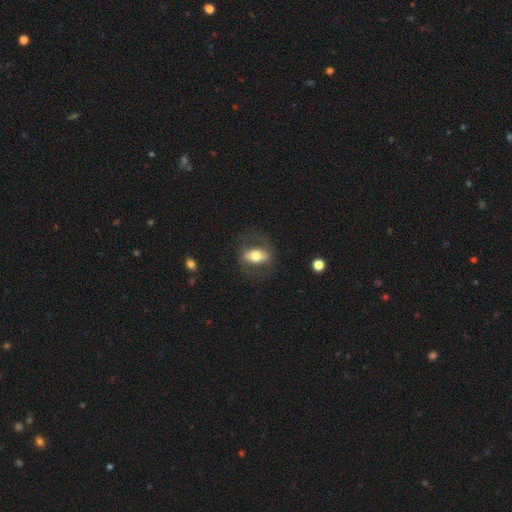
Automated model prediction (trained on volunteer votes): smooth-or-featured: smooth: 51% | featured or disk: 42% | star or artifact: 7%
  how-rounded: in between: 81% | round: 11% | cigar-shaped: 8%
  merging: none: 74% | minor disturbance: 14% | major disturbance: 10% | merger: 1%